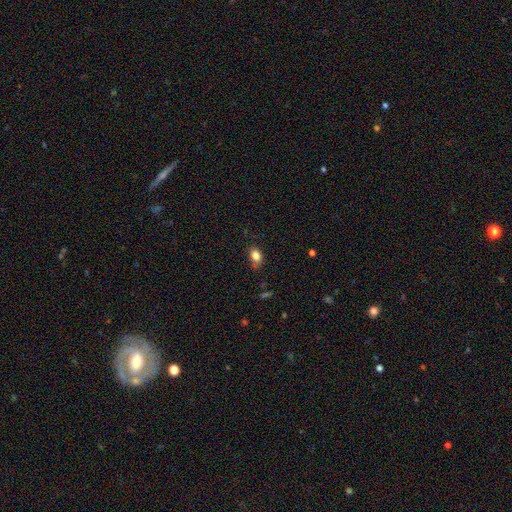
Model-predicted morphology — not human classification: A smooth galaxy with no disk features (83%) that is in between round and cigar-shaped (79%). Merging: none (67%).